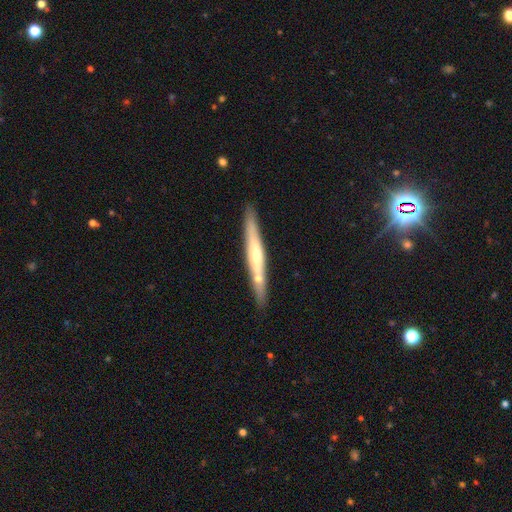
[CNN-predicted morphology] A featured or disk galaxy (57%) viewed edge-on (93%) with a rounded central bulge (62%). Merging: none (80%).